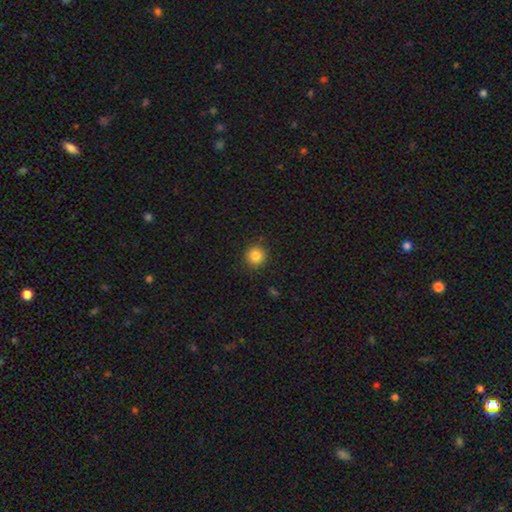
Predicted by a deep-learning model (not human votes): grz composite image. It shows a smooth galaxy with no disk features (84%) that is round (93%). Merging: none (90%).